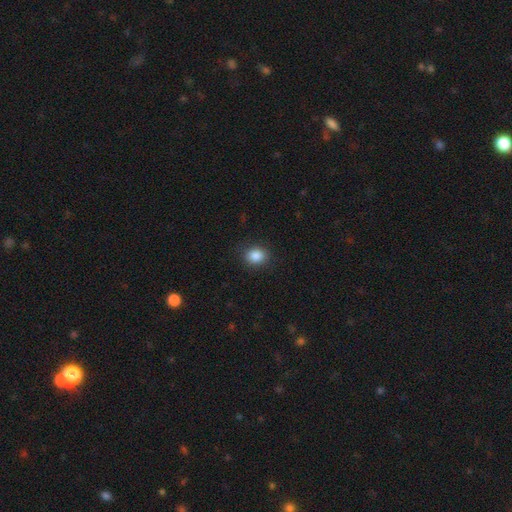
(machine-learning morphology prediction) smooth 87%, star or artifact 9%, featured or disk 4%. Down the decision tree: how rounded — round (61%); merging — none (88%).